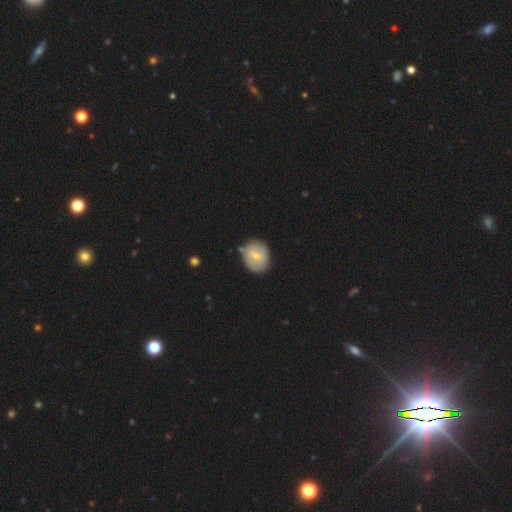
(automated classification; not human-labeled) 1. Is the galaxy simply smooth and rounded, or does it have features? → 59% smooth, 35% featured or disk, 7% star or artifact.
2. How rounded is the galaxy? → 57% round, 42% in between, 1% cigar-shaped.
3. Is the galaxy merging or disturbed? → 72% none, 20% minor disturbance, 5% major disturbance, 4% merger.